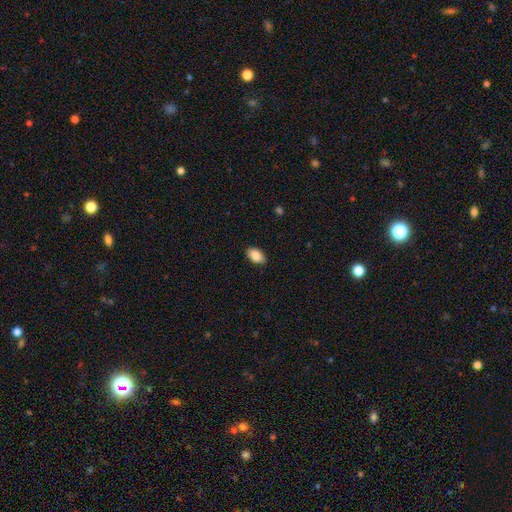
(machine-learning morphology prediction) Q: Smooth or featured?
A: smooth (88%); runner-up: star or artifact (7%)
Q: How rounded?
A: in between (93%); runner-up: round (5%)
Q: Merging?
A: none (87%); runner-up: minor disturbance (10%)